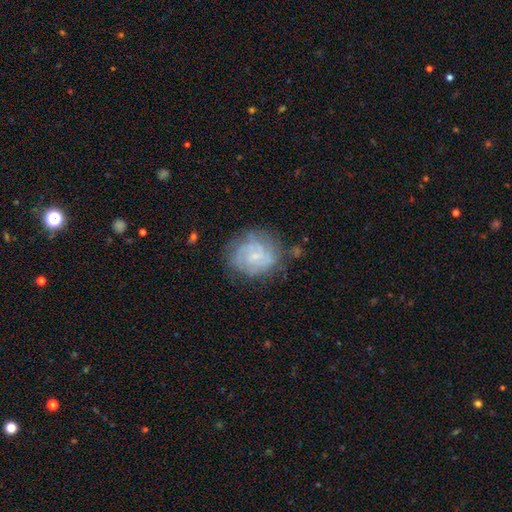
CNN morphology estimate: Smooth or featured? featured or disk (66%)
Edge-on disk? no (98%)
Bar? no (58%)
Spiral arms? yes (82%)
Spiral winding? tight (55%)
Spiral arm count? can't tell (41%)
Bulge size? small (67%)
Merging? none (66%)